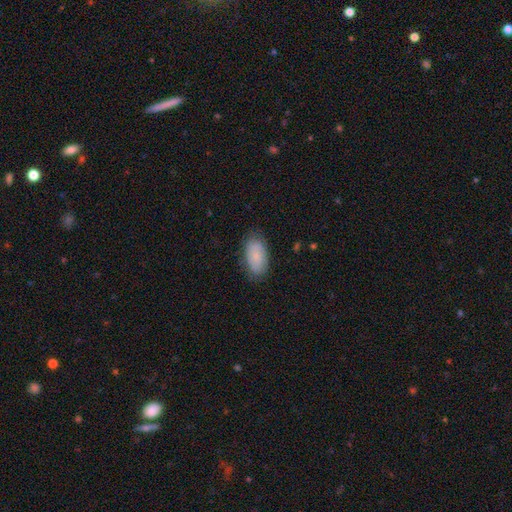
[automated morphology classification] This appears to be a smooth galaxy with no disk features (76%) that is in between round and cigar-shaped (94%). Merging: none (78%).